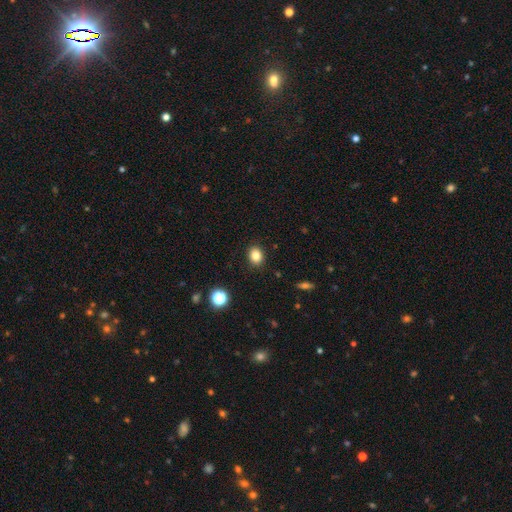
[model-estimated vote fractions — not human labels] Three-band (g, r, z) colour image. It shows a smooth galaxy with no disk features (84%) that is round (50%). Merging: none (89%).